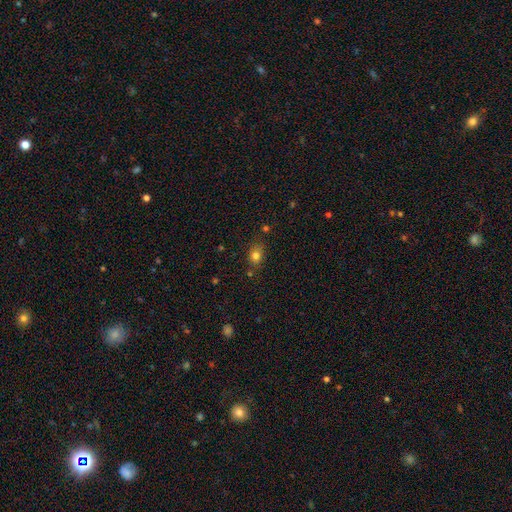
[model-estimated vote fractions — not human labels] smooth_or_featured: smooth (p=0.78) [alt: star or artifact p=0.14]
how_rounded: round (p=0.53) [alt: in between p=0.45]
merging: none (p=0.75) [alt: minor disturbance p=0.16]